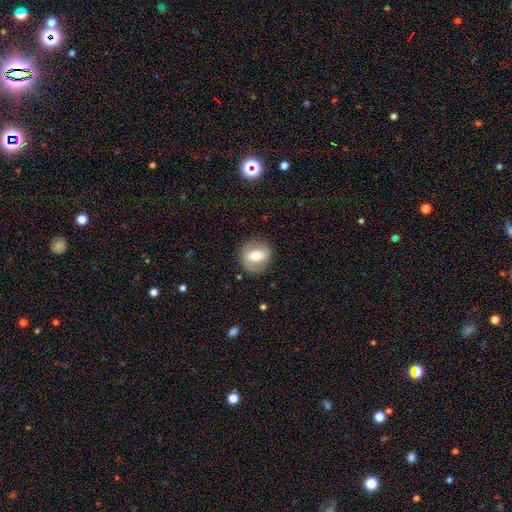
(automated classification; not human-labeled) Q: Smooth or featured?
A: smooth (54%); runner-up: featured or disk (38%)
Q: How rounded?
A: round (76%); runner-up: in between (23%)
Q: Merging?
A: none (83%); runner-up: minor disturbance (12%)